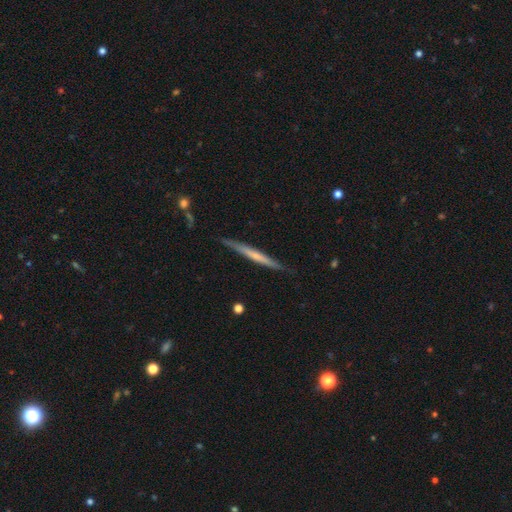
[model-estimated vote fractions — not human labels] Smooth or featured?
  - featured or disk: 54% *
  - smooth: 41%
  - star or artifact: 5%
Edge-on disk?
  - yes: 97% *
  - no: 3%
Edge-on bulge?
  - none: 68% *
  - rounded: 27%
  - boxy: 6%
Merging?
  - none: 86% *
  - minor disturbance: 11%
  - major disturbance: 2%
  - merger: 1%